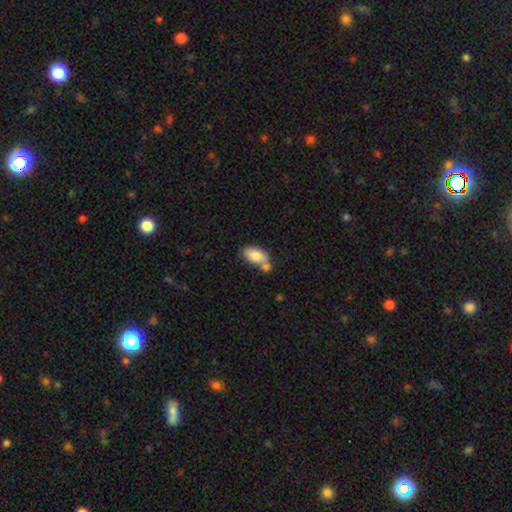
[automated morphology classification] This is likely a smooth galaxy (79%). How rounded: clearly in between (93%). Merging: marginally none (45%).